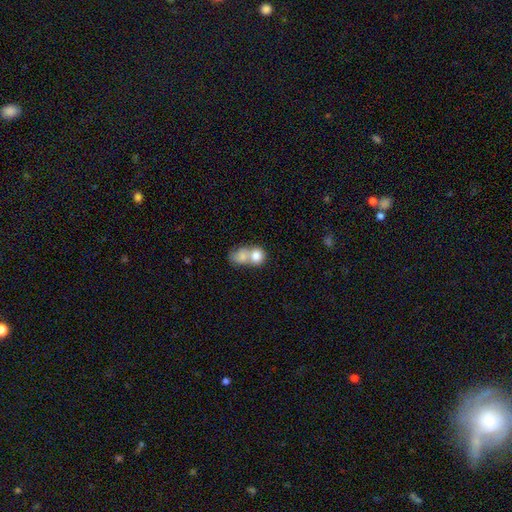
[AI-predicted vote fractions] Smooth or featured? Predicted: smooth (p=0.77). How rounded? Predicted: round (p=0.66). Merging? Predicted: merger (p=0.72).